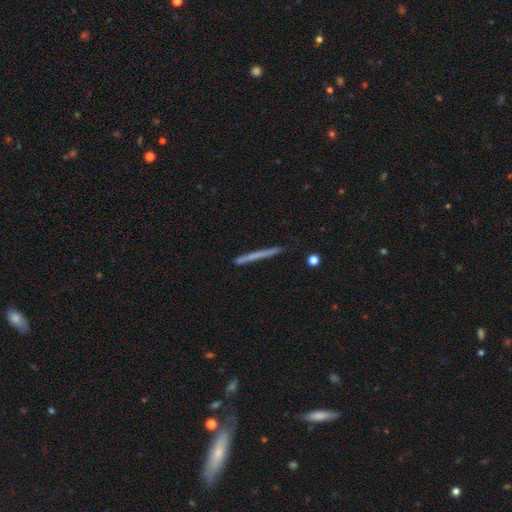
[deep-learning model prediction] Q: Smooth or featured?
A: smooth (54%); runner-up: featured or disk (40%)
Q: How rounded?
A: cigar-shaped (97%); runner-up: in between (2%)
Q: Merging?
A: none (89%); runner-up: minor disturbance (8%)